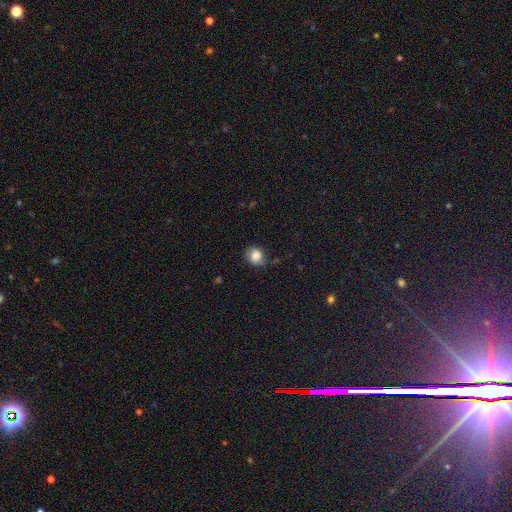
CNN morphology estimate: Q: Smooth or featured?
A: smooth (77%); runner-up: featured or disk (14%)
Q: How rounded?
A: round (62%); runner-up: in between (37%)
Q: Merging?
A: none (59%); runner-up: minor disturbance (30%)